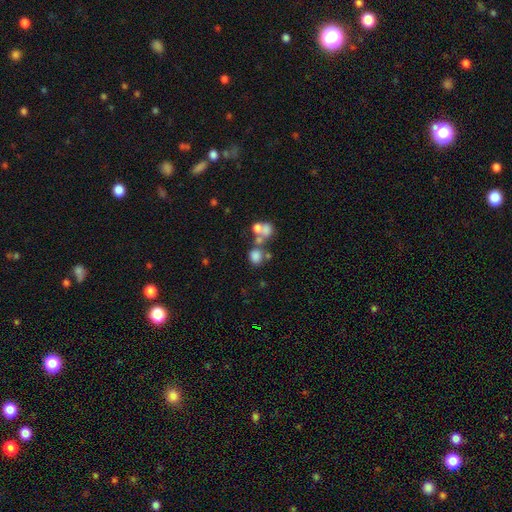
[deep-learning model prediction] Q: Smooth or featured?
A: smooth (69%); runner-up: featured or disk (17%)
Q: How rounded?
A: round (65%); runner-up: in between (33%)
Q: Merging?
A: merger (41%); tied with: none (41%)